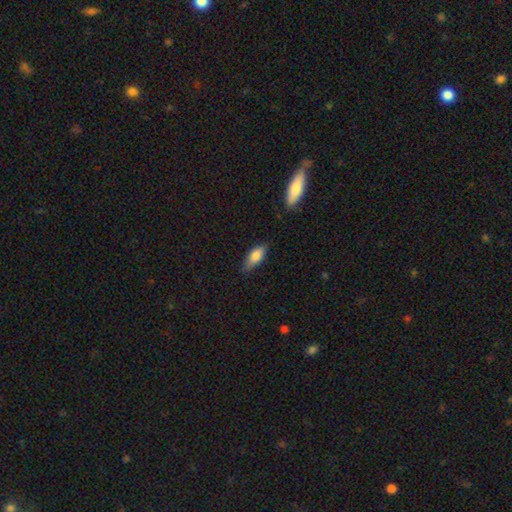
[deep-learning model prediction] A smooth galaxy with no disk features (75%) that is in between round and cigar-shaped (75%). Merging: none (76%).